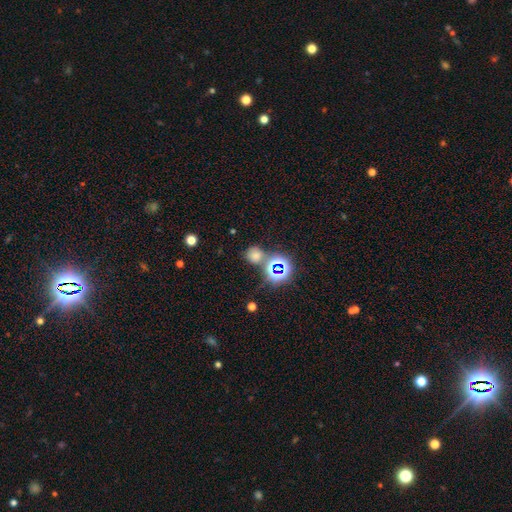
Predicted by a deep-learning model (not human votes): A smooth galaxy with no disk features (60%) that is round (81%).

Vote fractions:
- Smooth or featured? smooth: 60% / star or artifact: 33% / featured or disk: 7%
- How rounded? round: 81% / in between: 18% / cigar-shaped: 1%
- Merging? none: 64% / merger: 19% / minor disturbance: 11% / major disturbance: 5%